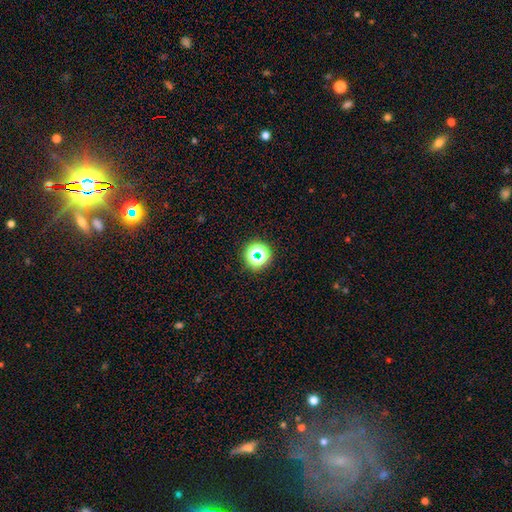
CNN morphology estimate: Smooth or featured: star or artifact — 54% (smooth — 35%)